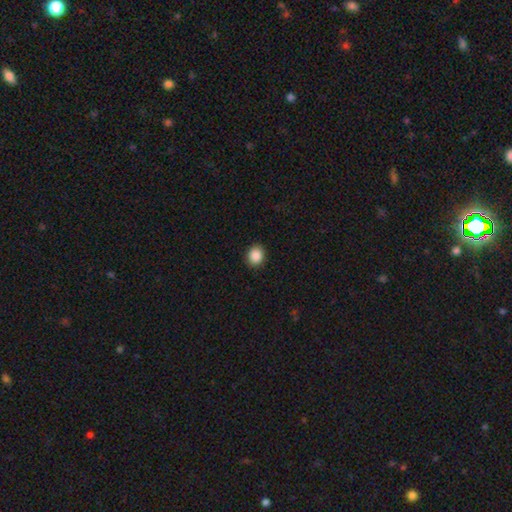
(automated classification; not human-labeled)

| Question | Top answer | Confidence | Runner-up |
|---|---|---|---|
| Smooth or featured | smooth | 88% | star or artifact (9%) |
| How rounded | round | 71% | in between (28%) |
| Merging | none | 89% | minor disturbance (8%) |